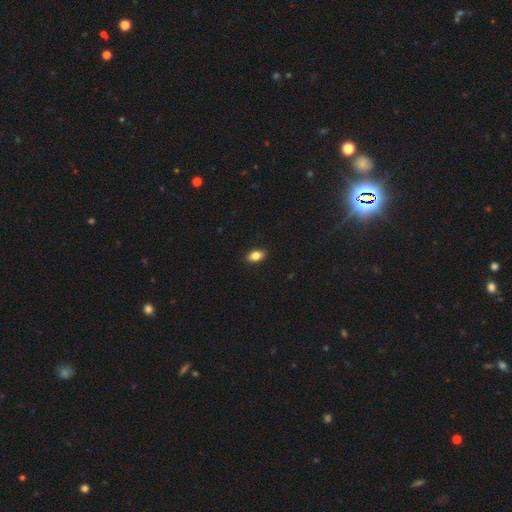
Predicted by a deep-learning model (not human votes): Overall: smooth (84%). How rounded: in between (88%). Merging: none (90%).